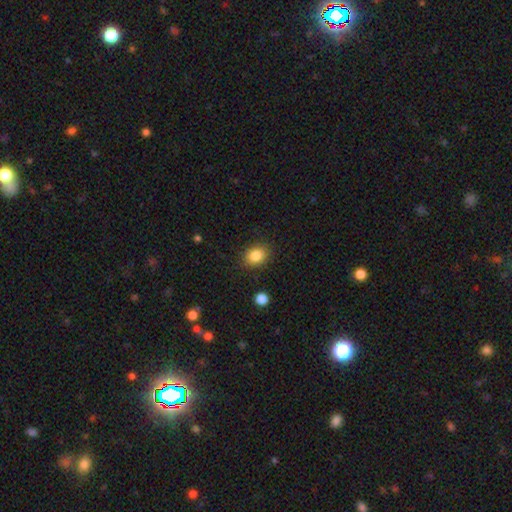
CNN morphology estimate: Smooth or featured?
  - smooth: 85% *
  - star or artifact: 10%
  - featured or disk: 6%
How rounded?
  - in between: 55% *
  - round: 44%
  - cigar-shaped: 1%
Merging?
  - none: 87% *
  - minor disturbance: 9%
  - major disturbance: 2%
  - merger: 1%